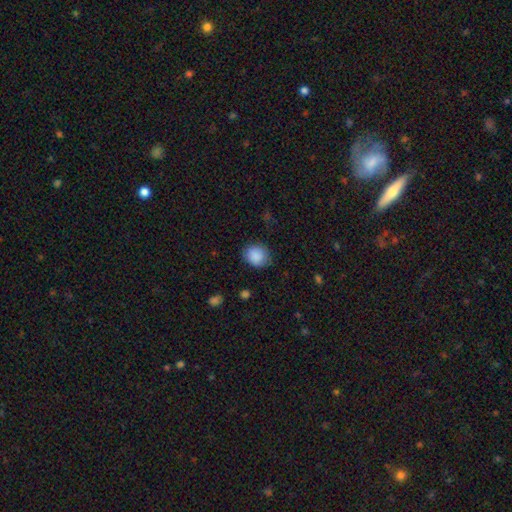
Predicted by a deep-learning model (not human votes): This appears to be a smooth galaxy with no disk features (88%) that is round (76%). Merging: none (82%).